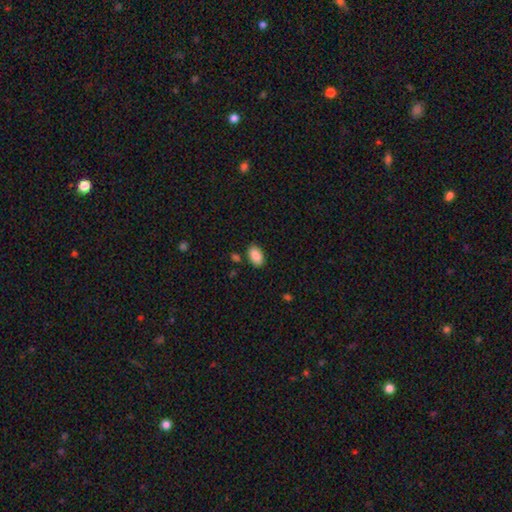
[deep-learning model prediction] Q: Smooth or featured?
A: smooth (88%); runner-up: star or artifact (7%)
Q: How rounded?
A: in between (92%); runner-up: round (6%)
Q: Merging?
A: none (83%); runner-up: minor disturbance (11%)